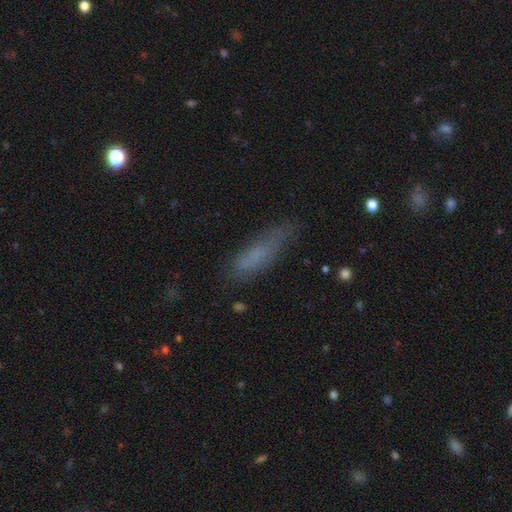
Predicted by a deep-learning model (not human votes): Smooth or featured? smooth (69%)
How rounded? cigar-shaped (62%)
Merging? none (66%)